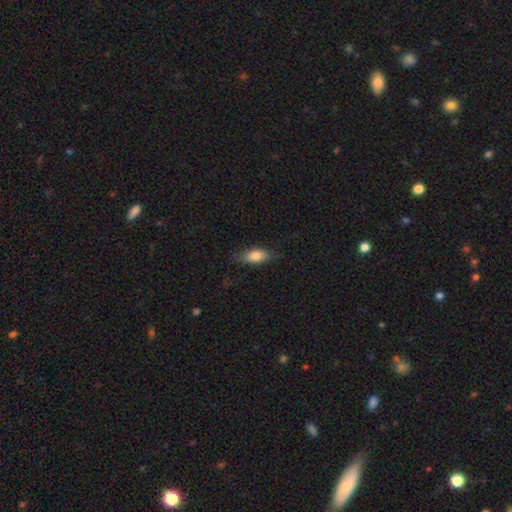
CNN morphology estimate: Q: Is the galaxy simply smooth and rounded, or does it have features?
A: smooth — 77%.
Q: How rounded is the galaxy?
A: in between — 79%.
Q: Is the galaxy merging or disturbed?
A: none — 75%.